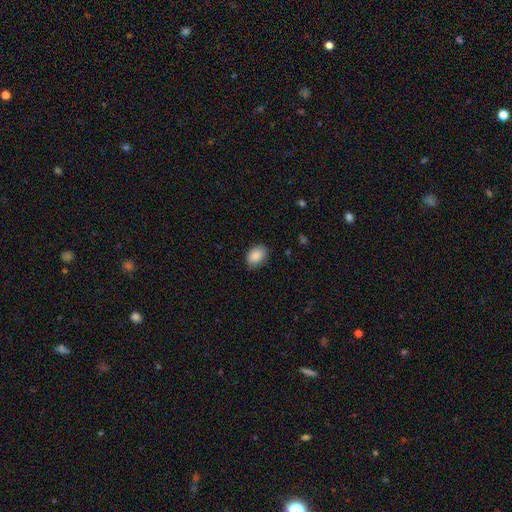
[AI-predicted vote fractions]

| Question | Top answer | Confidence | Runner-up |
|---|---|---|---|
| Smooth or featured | smooth | 88% | star or artifact (7%) |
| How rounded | in between | 77% | round (22%) |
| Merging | none | 83% | minor disturbance (13%) |